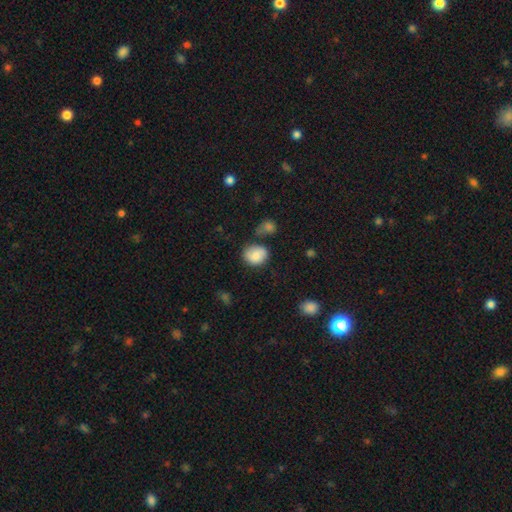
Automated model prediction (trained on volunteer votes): This is likely a smooth galaxy (79%). How rounded: possibly round (57%). Merging: likely none (62%).